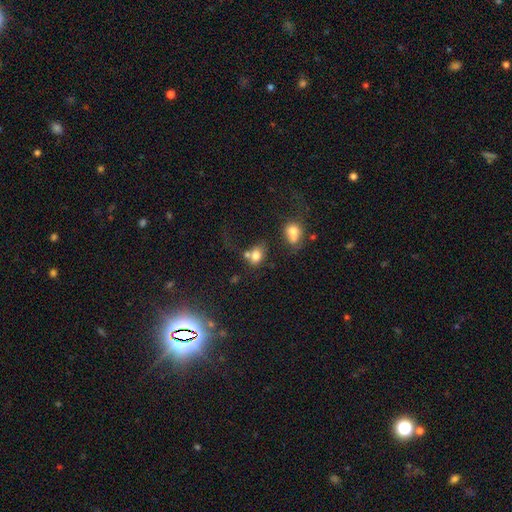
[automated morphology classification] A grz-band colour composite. It shows a smooth galaxy with no disk features (76%) that is in between round and cigar-shaped (64%). Merging: none (40%).